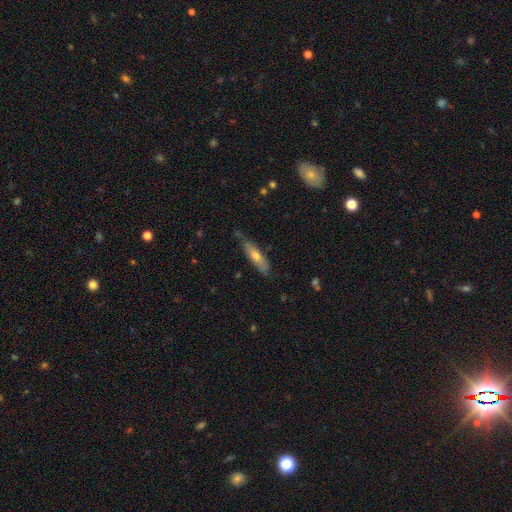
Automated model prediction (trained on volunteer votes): Overall: smooth (57%; featured or disk 36%). How rounded: cigar-shaped (66%; in between 32%). Merging: none (69%).